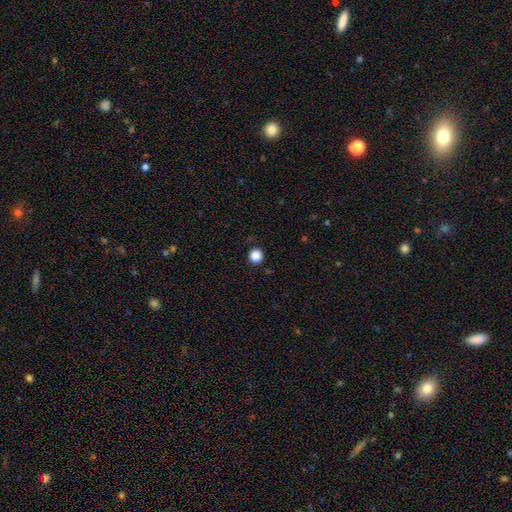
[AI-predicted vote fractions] This appears to be a smooth galaxy with no disk features (87%) that is round (95%). Merging: none (93%).